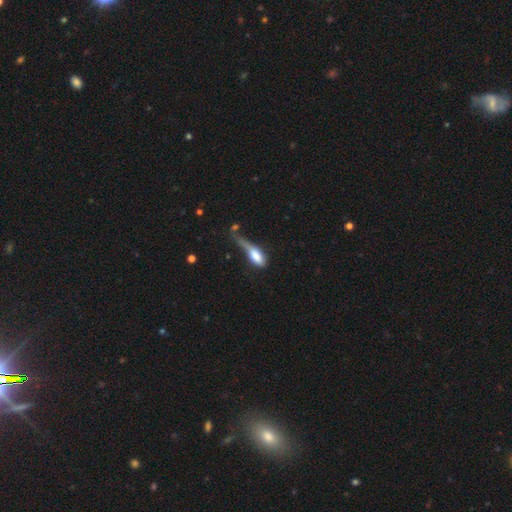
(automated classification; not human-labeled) Smooth or featured: smooth — 71% (featured or disk — 21%)
How rounded: in between — 69% (cigar-shaped — 26%)
Merging: major disturbance — 41% (minor disturbance — 28%)